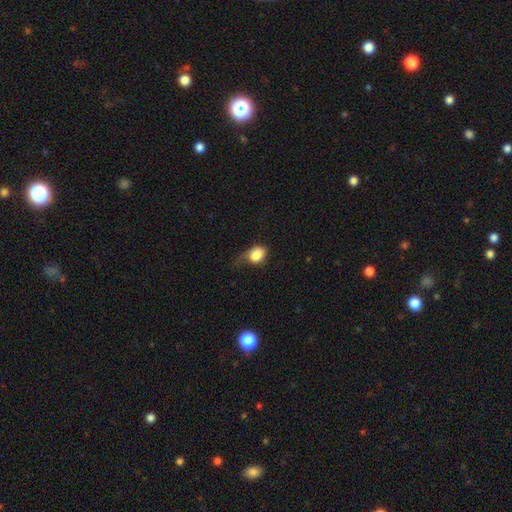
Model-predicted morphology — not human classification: This appears to be a smooth galaxy with no disk features (83%) that is in between round and cigar-shaped (59%). Merging: minor disturbance (34%).